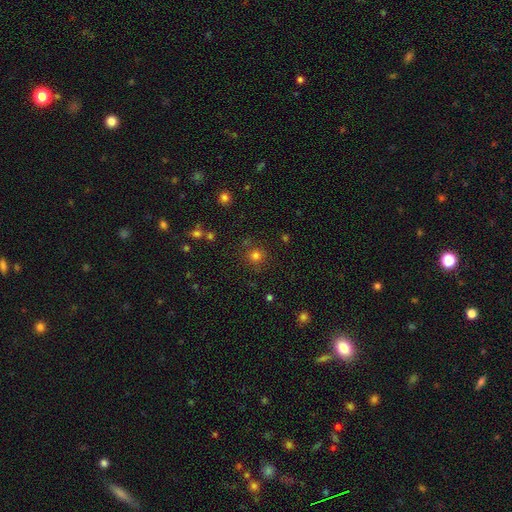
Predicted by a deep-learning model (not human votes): smooth 76%, star or artifact 18%, featured or disk 6%. Down the decision tree: how rounded — round (92%); merging — none (83%).